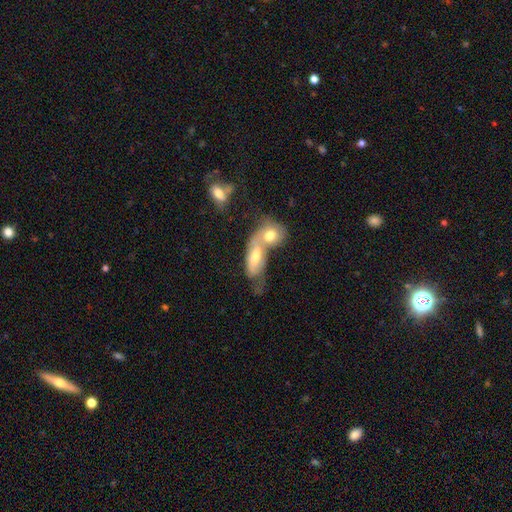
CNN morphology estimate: Smooth or featured?
  - smooth: 46% *
  - featured or disk: 43%
  - star or artifact: 11%
Merging?
  - merger: 65% *
  - none: 17%
  - minor disturbance: 9%
  - major disturbance: 9%